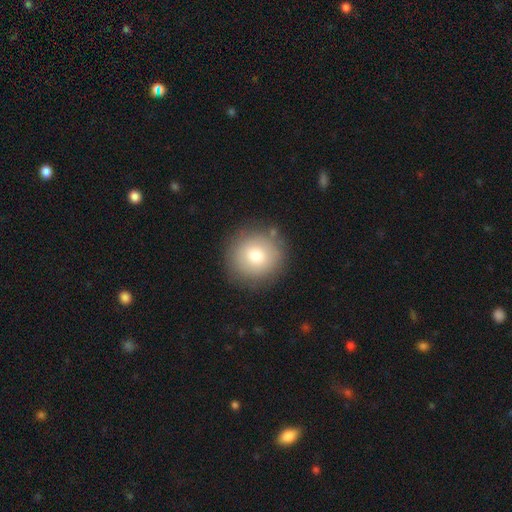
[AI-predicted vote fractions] This is likely a smooth galaxy (77%). How rounded: clearly round (94%). Merging: clearly none (86%).